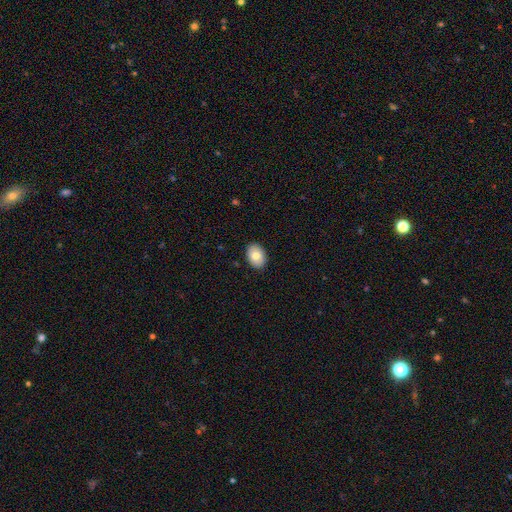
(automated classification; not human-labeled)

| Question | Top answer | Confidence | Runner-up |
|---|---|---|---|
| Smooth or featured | smooth | 77% | featured or disk (16%) |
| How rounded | in between | 80% | round (19%) |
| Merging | none | 90% | minor disturbance (8%) |